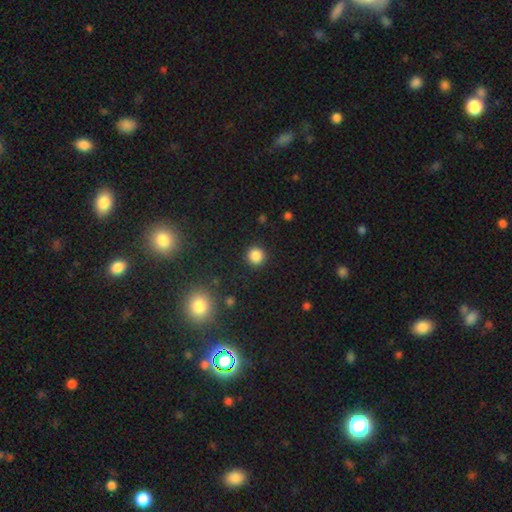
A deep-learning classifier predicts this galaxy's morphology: smooth 85%, star or artifact 12%, featured or disk 3%. Down the decision tree: how rounded — round (94%); merging — none (91%).